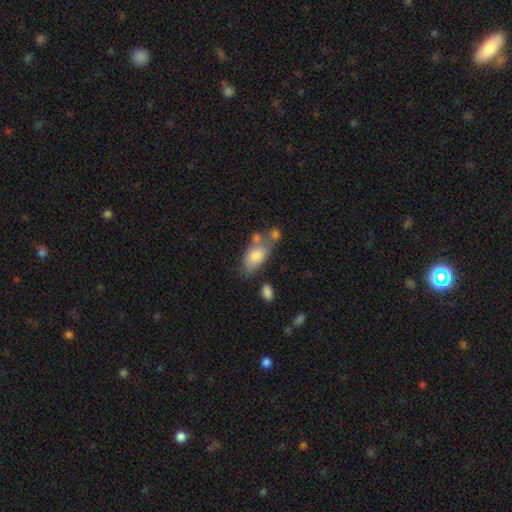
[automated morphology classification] Smooth or featured?
  - smooth: 76% *
  - featured or disk: 17%
  - star or artifact: 7%
How rounded?
  - in between: 89% *
  - cigar-shaped: 7%
  - round: 4%
Merging?
  - none: 43% *
  - merger: 25%
  - minor disturbance: 23%
  - major disturbance: 10%